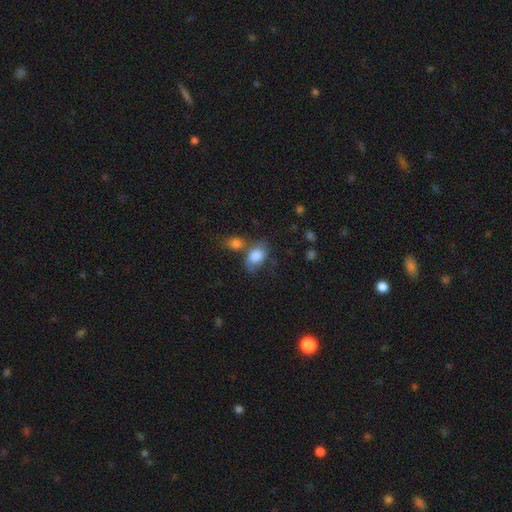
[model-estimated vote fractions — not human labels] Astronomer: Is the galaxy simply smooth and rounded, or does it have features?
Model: smooth — 81%.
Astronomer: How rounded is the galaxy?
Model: in between — 82%.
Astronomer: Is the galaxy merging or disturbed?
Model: none — 38% (runner-up: merger, 33%).